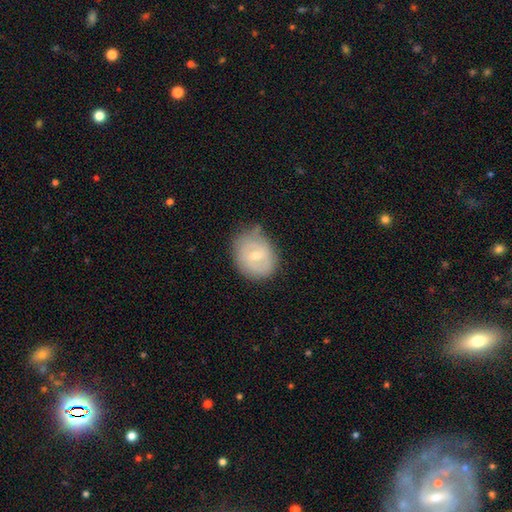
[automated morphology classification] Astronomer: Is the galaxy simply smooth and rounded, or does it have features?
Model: smooth — 47% (runner-up: featured or disk, 45%).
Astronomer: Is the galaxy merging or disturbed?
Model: none — 63%.